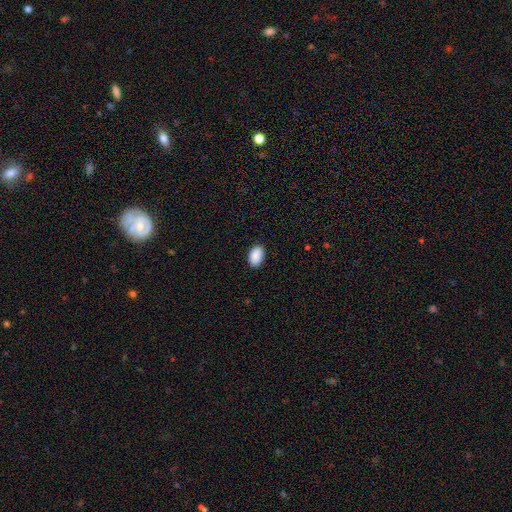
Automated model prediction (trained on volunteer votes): Morphology: type=smooth (91%); roundness=in between (91%); merging=none (88%).